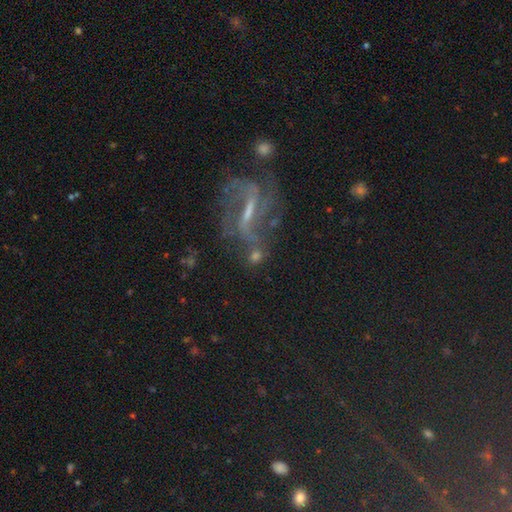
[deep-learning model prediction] Morphology: type=featured or disk (52%); edge-on=no (87%); merging=none (56%).